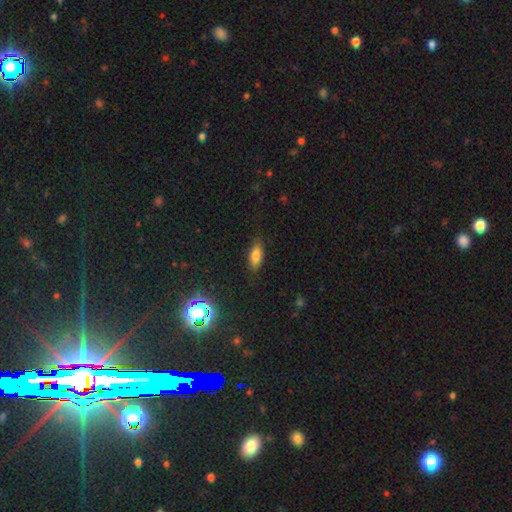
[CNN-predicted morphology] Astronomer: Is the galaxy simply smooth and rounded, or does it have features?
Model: smooth — 74%.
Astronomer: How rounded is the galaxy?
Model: in between — 78%.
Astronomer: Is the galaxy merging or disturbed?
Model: none — 82%.